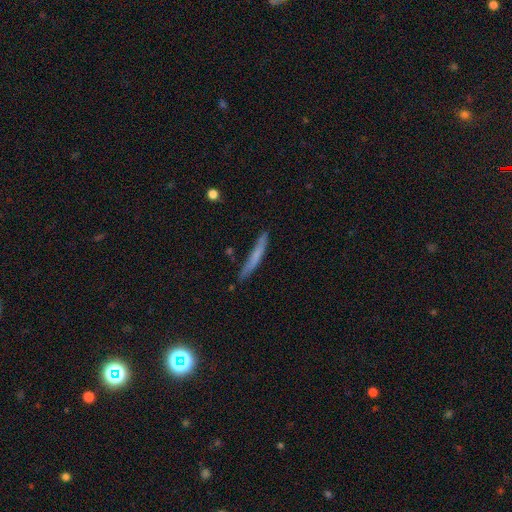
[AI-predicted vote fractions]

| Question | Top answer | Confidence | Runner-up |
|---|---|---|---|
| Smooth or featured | smooth | 62% | featured or disk (30%) |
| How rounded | cigar-shaped | 95% | in between (3%) |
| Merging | none | 78% | minor disturbance (16%) |